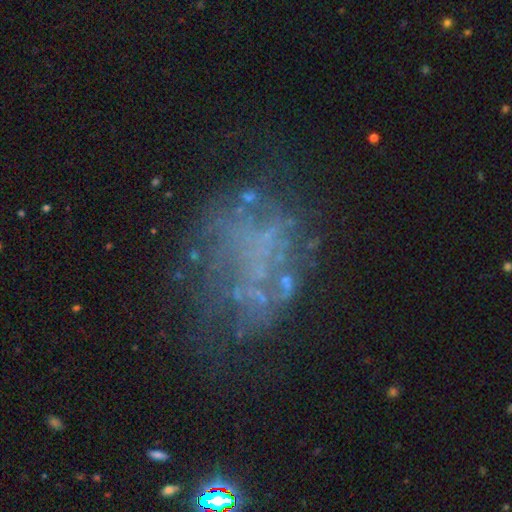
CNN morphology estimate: Smooth or featured?
  - featured or disk: 53% *
  - star or artifact: 26%
  - smooth: 21%
Edge-on disk?
  - no: 98% *
  - yes: 2%
Bar?
  - no: 94% *
  - weak: 4%
  - strong: 2%
Spiral arms?
  - no: 92% *
  - yes: 8%
Bulge size?
  - none: 88% *
  - small: 6%
  - moderate: 3%
  - large: 2%
  - dominant: 1%
Merging?
  - none: 52% *
  - major disturbance: 25%
  - minor disturbance: 18%
  - merger: 5%